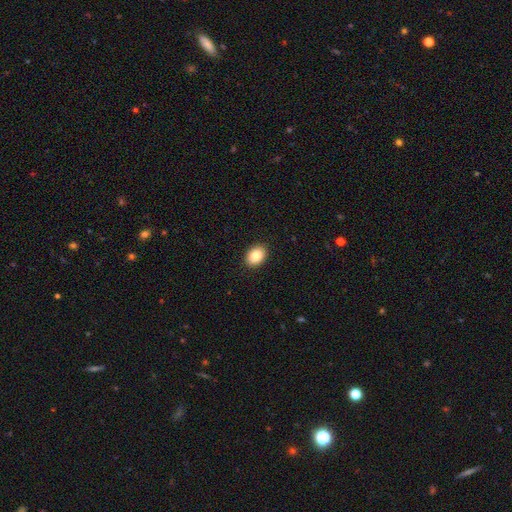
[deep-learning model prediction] Smooth or featured? smooth (87%)
How rounded? in between (71%)
Merging? none (91%)